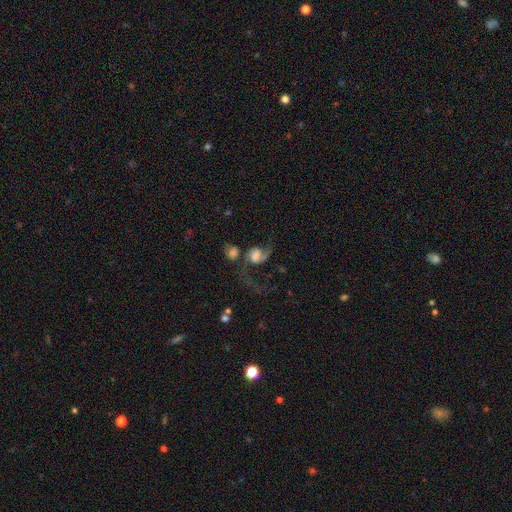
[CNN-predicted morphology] A featured or disk galaxy (65%) with no bar (69%), 2 (66%) loose (77%) spiral arms (89%) and a moderate central bulge (31%).

Vote fractions:
- Smooth or featured? featured or disk: 65% / smooth: 26% / star or artifact: 9%
- Edge-on disk? no: 97% / yes: 3%
- Bar? no: 69% / weak: 26% / strong: 5%
- Spiral arms? yes: 89% / no: 11%
- Spiral winding? loose: 77% / medium: 19% / tight: 5%
- Spiral arm count? 2: 66% / 1: 27% / can't tell: 3% / 3: 1% / 4: 1% / more than 4: 1%
- Bulge size? moderate: 31% / large: 29% / small: 17% / none: 15% / dominant: 9%
- Merging? merger: 33% / major disturbance: 29% / none: 26% / minor disturbance: 11%